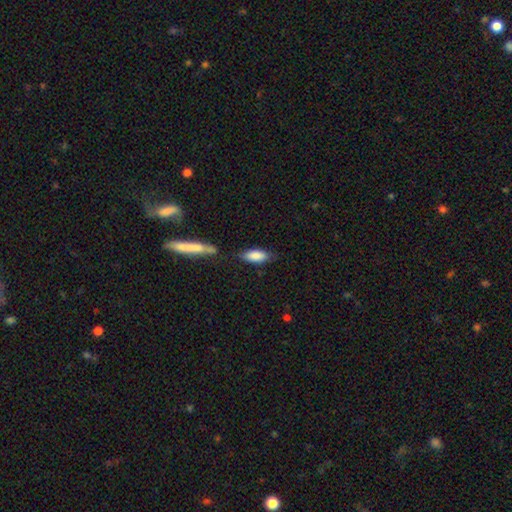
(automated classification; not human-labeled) Smooth or featured?
  - smooth: 85% *
  - featured or disk: 9%
  - star or artifact: 6%
How rounded?
  - in between: 75% *
  - cigar-shaped: 23%
  - round: 2%
Merging?
  - none: 68% *
  - minor disturbance: 18%
  - merger: 9%
  - major disturbance: 5%